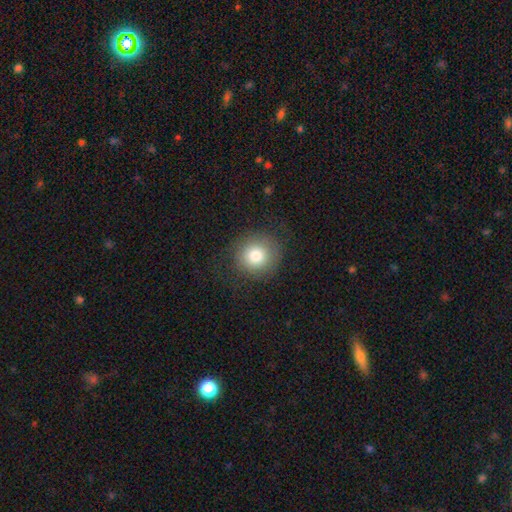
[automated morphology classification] smooth-or-featured: smooth: 78% | featured or disk: 12% | star or artifact: 10%
  how-rounded: round: 92% | in between: 7% | cigar-shaped: 1%
  merging: none: 80% | minor disturbance: 12% | major disturbance: 7% | merger: 1%